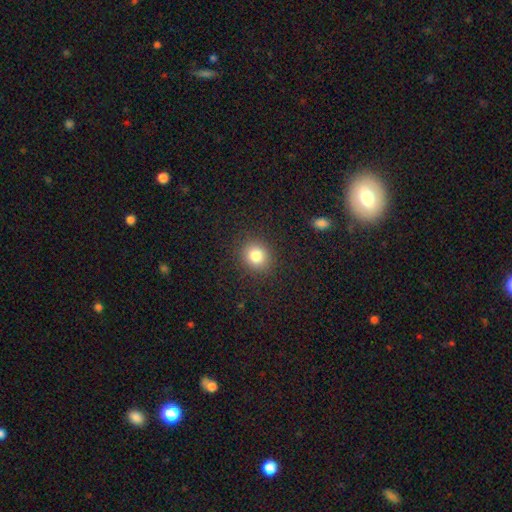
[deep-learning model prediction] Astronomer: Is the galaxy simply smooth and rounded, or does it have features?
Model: smooth — 82%.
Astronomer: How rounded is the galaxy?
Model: round — 78%.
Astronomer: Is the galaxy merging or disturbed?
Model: none — 89%.